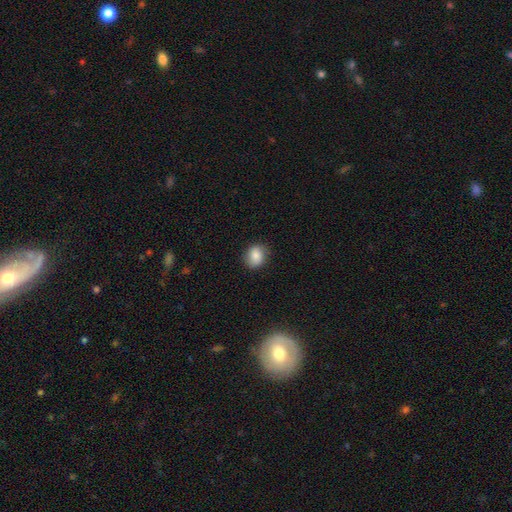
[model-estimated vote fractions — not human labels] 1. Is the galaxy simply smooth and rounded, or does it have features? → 85% smooth, 9% star or artifact, 7% featured or disk.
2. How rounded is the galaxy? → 54% round, 45% in between, 1% cigar-shaped.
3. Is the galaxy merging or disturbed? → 83% none, 13% minor disturbance, 3% major disturbance, 1% merger.